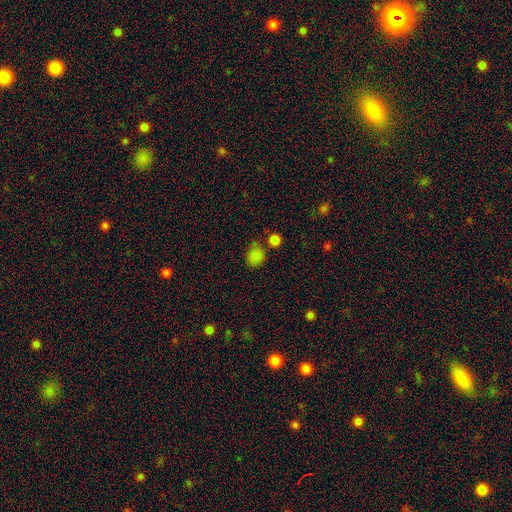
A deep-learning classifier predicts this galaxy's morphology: Smooth or featured: smooth — 80% (star or artifact — 16%)
How rounded: round — 67% (in between — 32%)
Merging: none — 65% (minor disturbance — 18%)